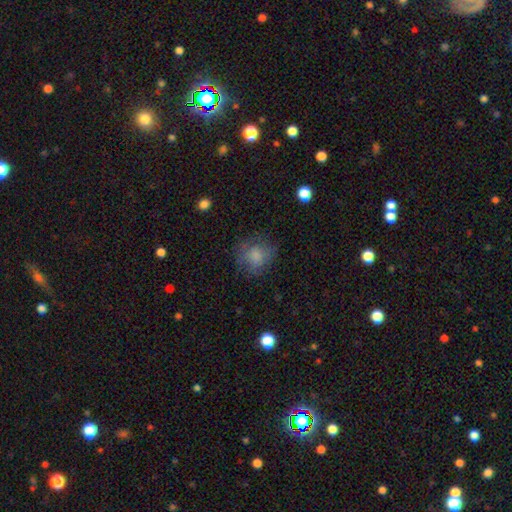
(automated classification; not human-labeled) smooth_or_featured: smooth (p=0.71) [alt: featured or disk p=0.18]
how_rounded: round (p=0.77) [alt: in between p=0.22]
merging: none (p=0.67) [alt: minor disturbance p=0.19]